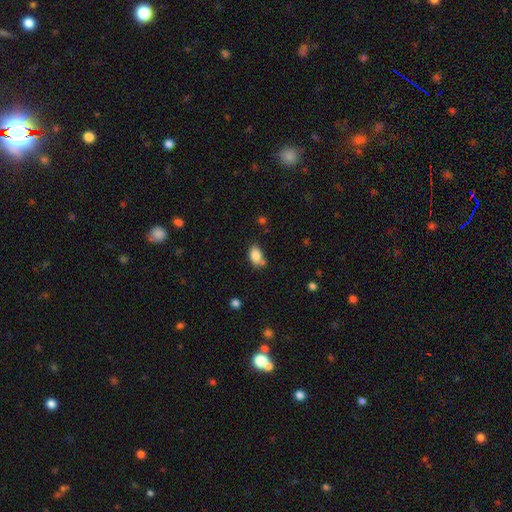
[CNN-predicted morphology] Smooth or featured? Predicted: smooth (p=0.84). How rounded? Predicted: in between (p=0.86). Merging? Predicted: none (p=0.60).